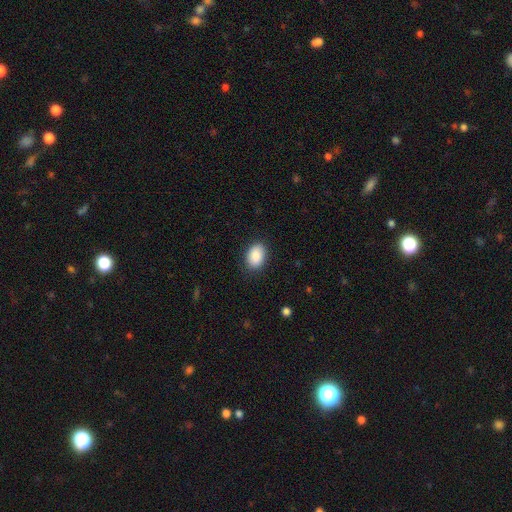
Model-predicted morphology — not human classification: The model was most divided on "how rounded": in between: 85%, round: 14%, cigar-shaped: 1%. More confident: smooth or featured — smooth (90%); merging — none (86%).